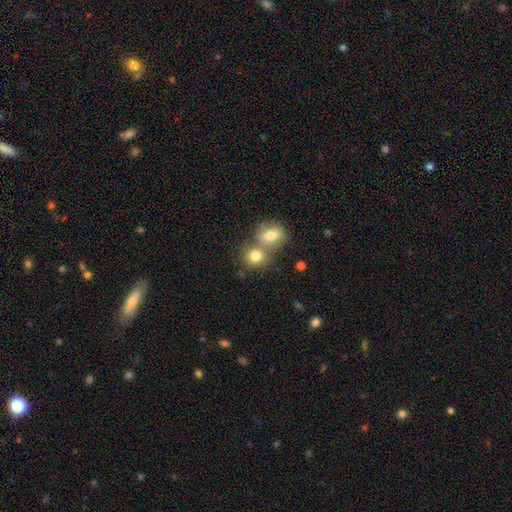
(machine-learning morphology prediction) A smooth galaxy with no disk features (78%) that is round (69%).

Vote fractions:
- Smooth or featured? smooth: 78% / featured or disk: 13% / star or artifact: 9%
- How rounded? round: 69% / in between: 30% / cigar-shaped: 1%
- Merging? merger: 52% / none: 37% / minor disturbance: 8% / major disturbance: 3%